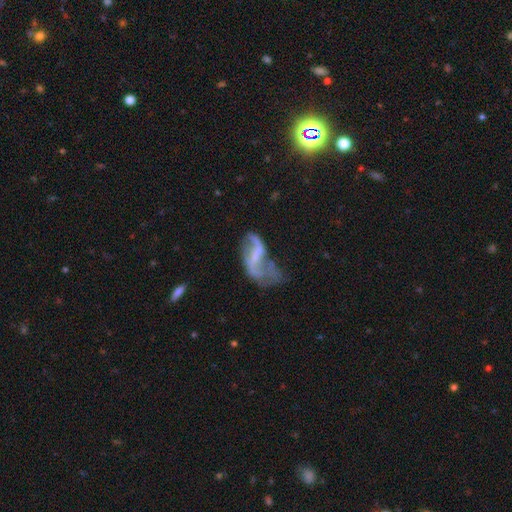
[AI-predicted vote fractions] This is likely a featured or disk galaxy (74%). It is clearly not viewed edge-on (96%). Bar: marginally weak (43%). Spiral arm pattern: likely yes (70%). Central bulge: possibly none (48%). Merging: marginally major disturbance (39%).